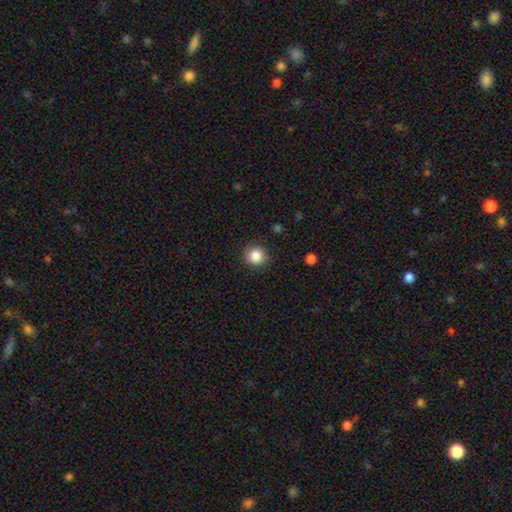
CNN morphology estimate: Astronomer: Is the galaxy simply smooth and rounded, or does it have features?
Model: smooth — 86%.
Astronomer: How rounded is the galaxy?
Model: round — 92%.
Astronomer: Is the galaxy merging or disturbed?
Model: none — 89%.